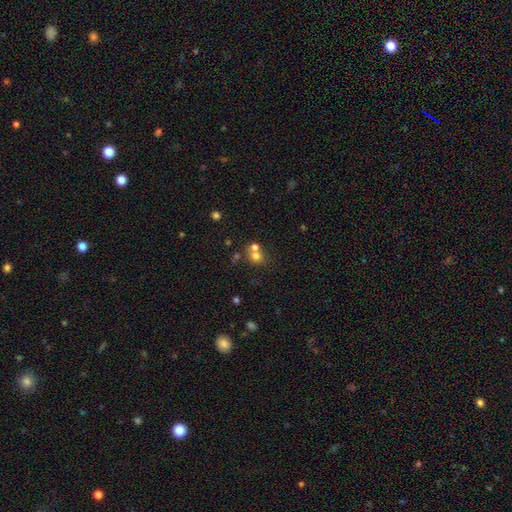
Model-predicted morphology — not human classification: A smooth galaxy with no disk features (69%) that is round (76%). Merging: merger (45%).